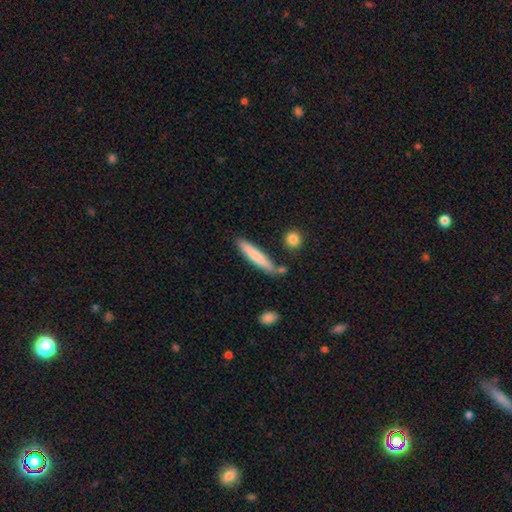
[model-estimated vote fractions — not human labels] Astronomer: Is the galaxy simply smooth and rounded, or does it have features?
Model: smooth — 73%.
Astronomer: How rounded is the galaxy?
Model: cigar-shaped — 91%.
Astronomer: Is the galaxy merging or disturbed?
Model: none — 77%.